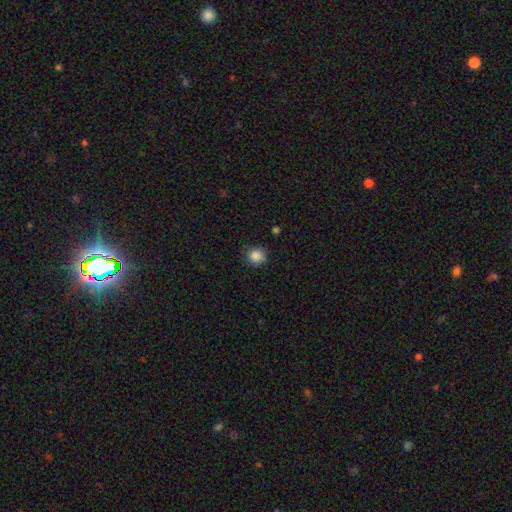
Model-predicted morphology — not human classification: Smooth or featured? smooth (86%)
How rounded? round (86%)
Merging? none (79%)